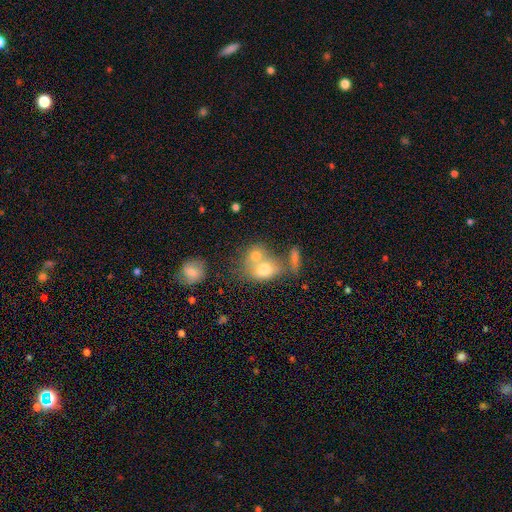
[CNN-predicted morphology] A smooth galaxy with no disk features (69%) that is round (50%).

Vote fractions:
- Smooth or featured? smooth: 69% / featured or disk: 20% / star or artifact: 11%
- How rounded? round: 50% / in between: 48% / cigar-shaped: 2%
- Merging? merger: 60% / none: 26% / minor disturbance: 8% / major disturbance: 6%